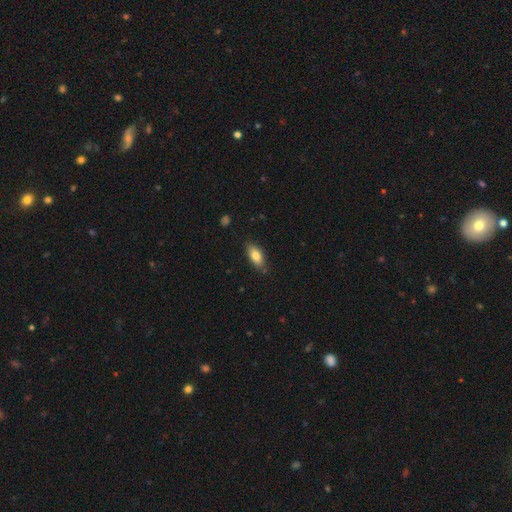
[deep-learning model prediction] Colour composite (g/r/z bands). It shows a smooth galaxy with no disk features (81%) that is in between round and cigar-shaped (86%). Merging: none (82%).